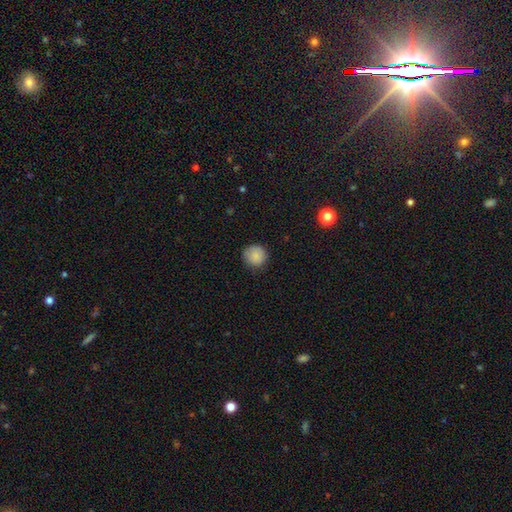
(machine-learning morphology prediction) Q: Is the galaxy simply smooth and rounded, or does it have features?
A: smooth — 86%.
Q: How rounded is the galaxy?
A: round — 93%.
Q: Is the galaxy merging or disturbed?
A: none — 84%.